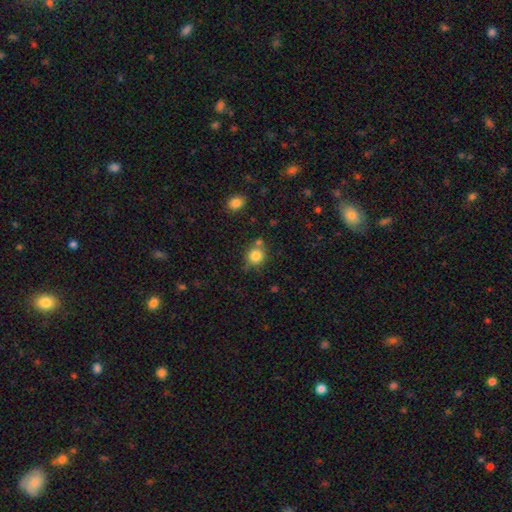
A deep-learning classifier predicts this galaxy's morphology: Smooth or featured: smooth — 82% (star or artifact — 11%)
How rounded: round — 86% (in between — 13%)
Merging: none — 68% (merger — 14%)